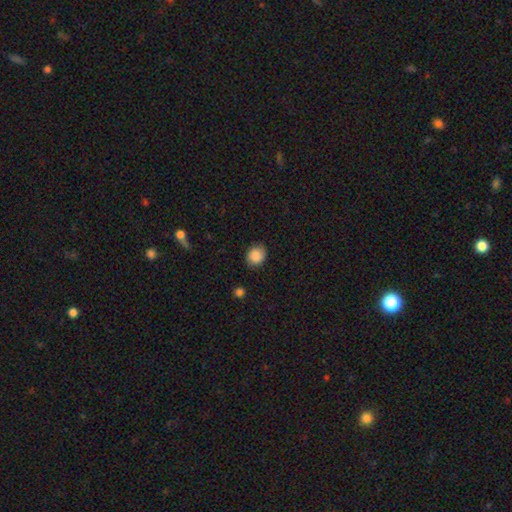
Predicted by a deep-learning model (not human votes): smooth_or_featured: smooth (p=0.86) [alt: star or artifact p=0.08]
how_rounded: round (p=0.72) [alt: in between p=0.27]
merging: none (p=0.82) [alt: minor disturbance p=0.13]